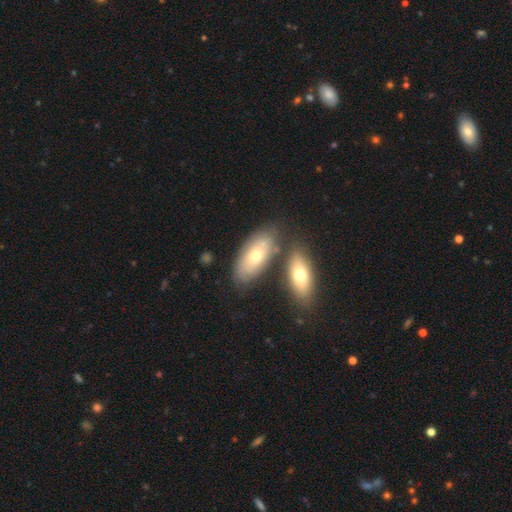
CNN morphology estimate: Smooth or featured?
  - smooth: 54% *
  - featured or disk: 40%
  - star or artifact: 7%
How rounded?
  - in between: 88% *
  - cigar-shaped: 9%
  - round: 3%
Merging?
  - none: 64% *
  - merger: 16%
  - minor disturbance: 16%
  - major disturbance: 4%